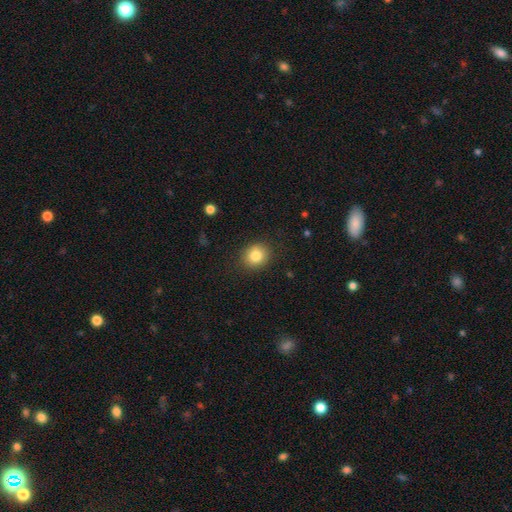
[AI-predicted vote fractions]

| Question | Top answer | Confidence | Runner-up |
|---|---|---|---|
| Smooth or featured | smooth | 83% | star or artifact (10%) |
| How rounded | round | 74% | in between (25%) |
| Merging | none | 88% | minor disturbance (9%) |